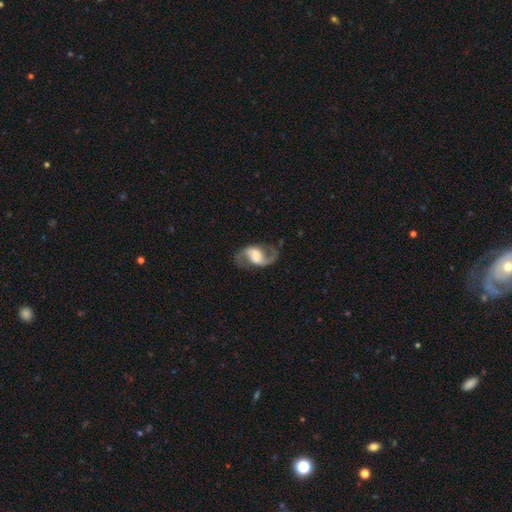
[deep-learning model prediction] smooth_or_featured: featured or disk (p=0.87) [alt: smooth p=0.08]
disk_edge_on: no (p=0.97) [alt: yes p=0.03]
bar: weak (p=0.47) [alt: strong p=0.30]
has_spiral_arms: yes (p=0.96) [alt: no p=0.04]
spiral_winding: loose (p=0.52) [alt: medium p=0.40]
spiral_arm_count: 2 (p=0.93) [alt: 1 p=0.02]
bulge_size: moderate (p=0.42) [alt: large p=0.27]
merging: none (p=0.79) [alt: minor disturbance p=0.12]